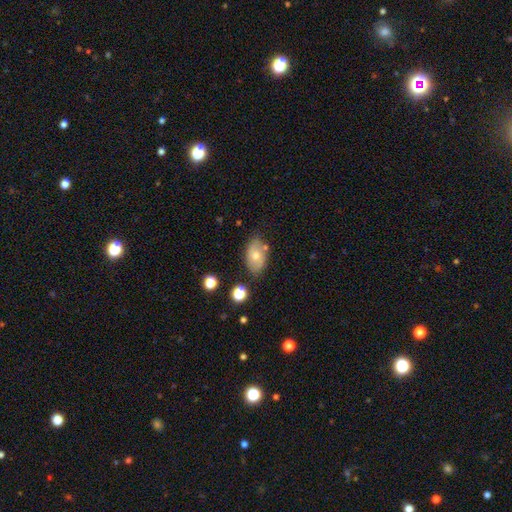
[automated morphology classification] This is possibly a smooth galaxy (57%). How rounded: clearly in between (87%). Merging: likely none (75%).